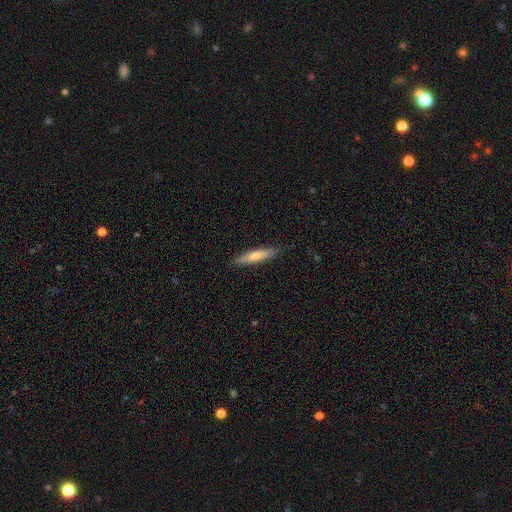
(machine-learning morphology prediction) Smooth or featured: smooth — 58% (featured or disk — 36%)
How rounded: cigar-shaped — 88% (in between — 10%)
Merging: none — 89% (minor disturbance — 9%)